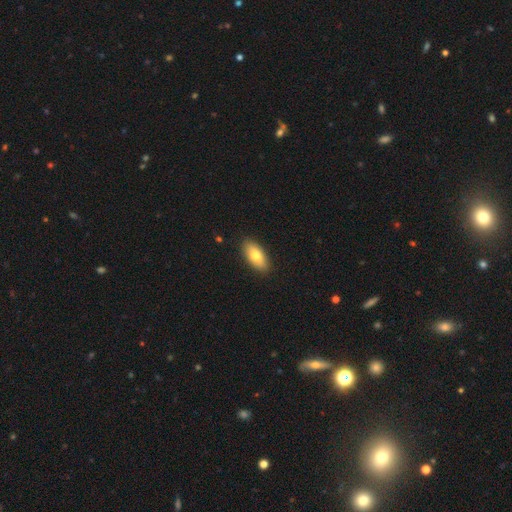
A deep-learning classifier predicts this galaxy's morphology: The model was most divided on "smooth or featured": smooth: 77%, featured or disk: 17%, star or artifact: 6%. More confident: how rounded — in between (89%); merging — none (89%).